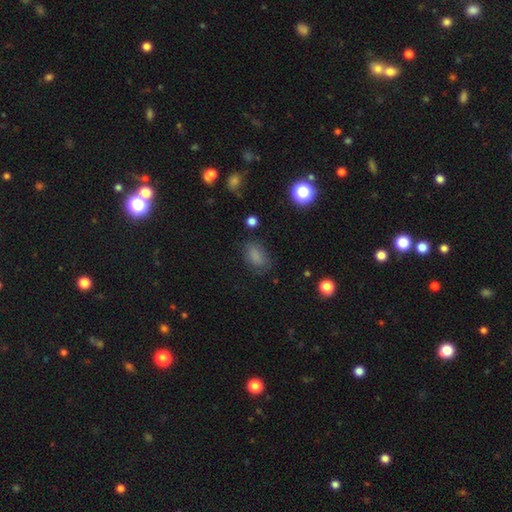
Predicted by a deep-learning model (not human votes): Smooth or featured: smooth — 80% (star or artifact — 13%)
How rounded: in between — 85% (round — 12%)
Merging: none — 69% (minor disturbance — 21%)